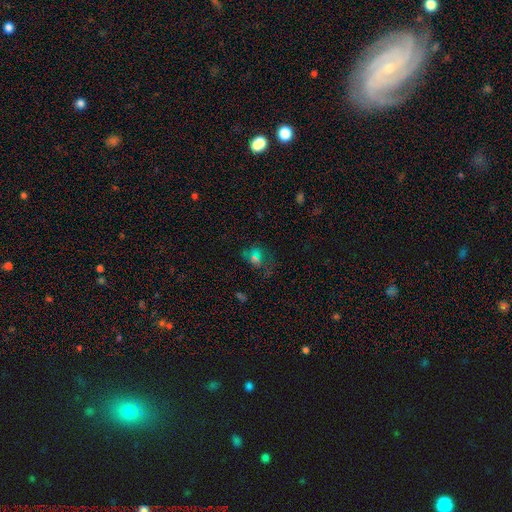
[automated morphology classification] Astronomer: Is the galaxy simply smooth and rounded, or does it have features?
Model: smooth — 48% (runner-up: star or artifact, 29%).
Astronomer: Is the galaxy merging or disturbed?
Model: none — 47% (runner-up: major disturbance, 23%).